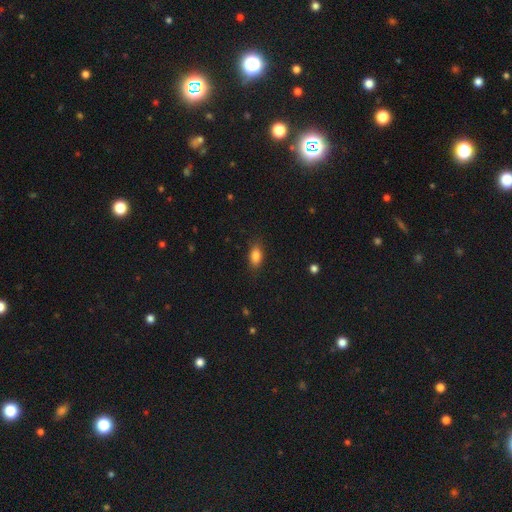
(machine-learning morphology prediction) Overall: smooth (84%). How rounded: in between (87%). Merging: none (84%).